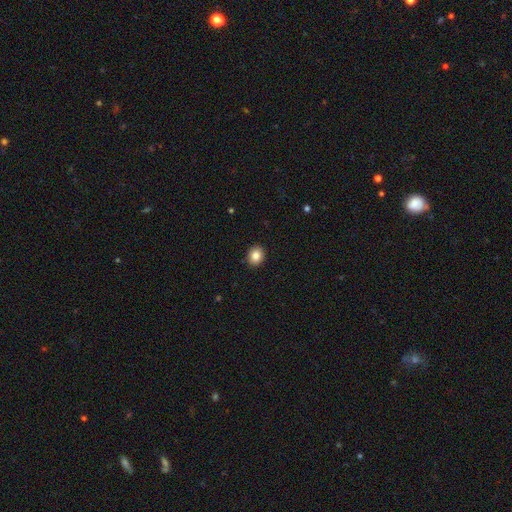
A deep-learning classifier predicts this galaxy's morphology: Q: Smooth or featured?
A: smooth (85%); runner-up: star or artifact (9%)
Q: How rounded?
A: round (69%); runner-up: in between (30%)
Q: Merging?
A: none (92%); runner-up: minor disturbance (6%)